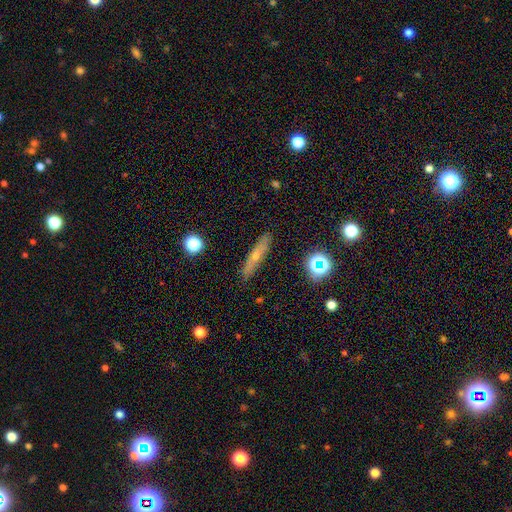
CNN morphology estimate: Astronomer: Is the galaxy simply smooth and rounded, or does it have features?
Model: featured or disk — 45% (runner-up: smooth, 44%).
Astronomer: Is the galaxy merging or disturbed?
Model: none — 87%.